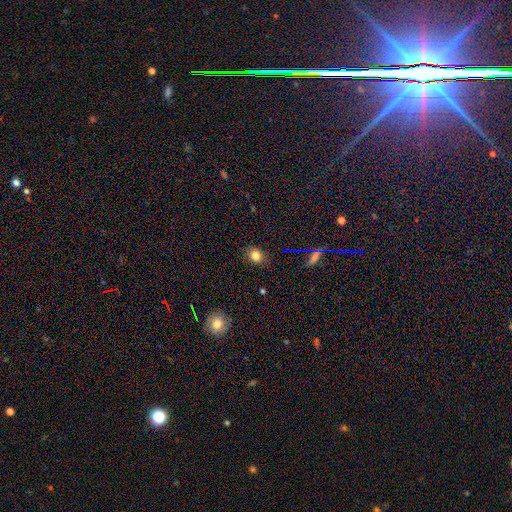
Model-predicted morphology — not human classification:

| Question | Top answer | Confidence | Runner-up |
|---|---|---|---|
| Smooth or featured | smooth | 80% | star or artifact (14%) |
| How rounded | round | 55% | in between (44%) |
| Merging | none | 86% | minor disturbance (11%) |